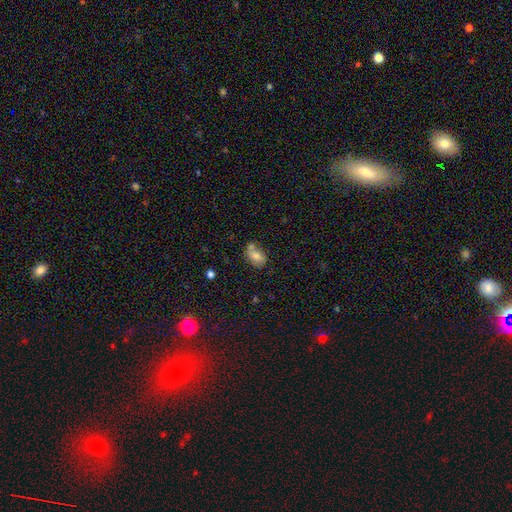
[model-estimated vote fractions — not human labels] A smooth galaxy with no disk features (69%) that is in between round and cigar-shaped (79%).

Vote fractions:
- Smooth or featured? smooth: 69% / featured or disk: 21% / star or artifact: 11%
- How rounded? in between: 79% / round: 20% / cigar-shaped: 2%
- Merging? none: 50% / merger: 25% / minor disturbance: 19% / major disturbance: 6%